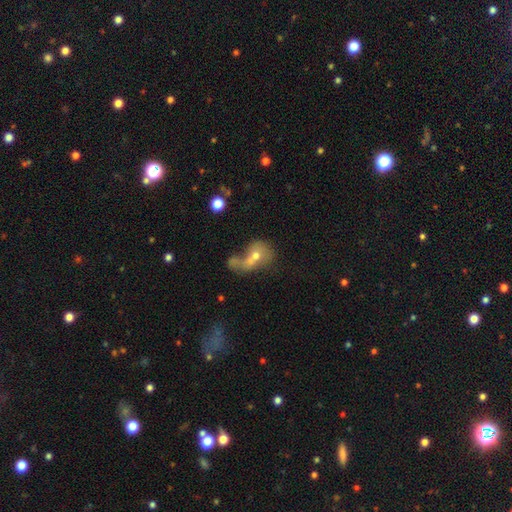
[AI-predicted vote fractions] smooth_or_featured: smooth (p=0.54) [alt: featured or disk p=0.33]
how_rounded: in between (p=0.52) [alt: round p=0.45]
merging: merger (p=0.60) [alt: major disturbance p=0.16]